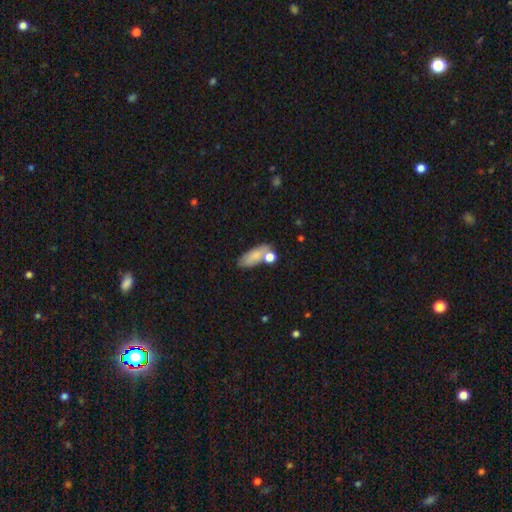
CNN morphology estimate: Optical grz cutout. It shows a smooth galaxy with no disk features (77%) that is in between round and cigar-shaped (79%). Merging: none (52%).